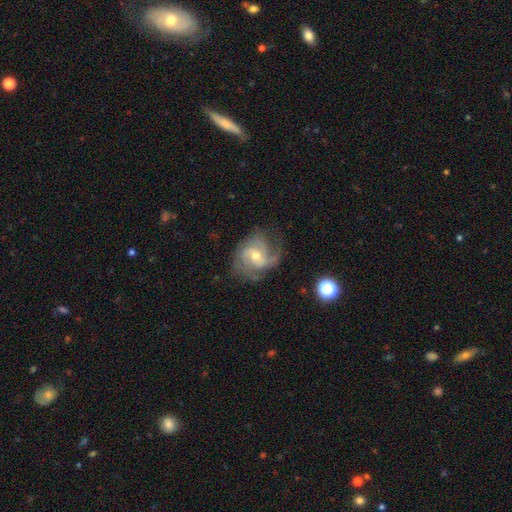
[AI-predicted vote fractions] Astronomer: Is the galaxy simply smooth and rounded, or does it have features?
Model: featured or disk — 83%.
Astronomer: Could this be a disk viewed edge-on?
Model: no — 98%.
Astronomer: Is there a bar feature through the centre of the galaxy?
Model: no — 46% (runner-up: weak, 42%).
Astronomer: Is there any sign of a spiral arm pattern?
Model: yes — 95%.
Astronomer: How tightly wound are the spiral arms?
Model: medium — 50% (runner-up: tight, 25%).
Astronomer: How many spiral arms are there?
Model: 2 — 36% (runner-up: 3, 34%).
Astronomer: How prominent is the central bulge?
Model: moderate — 56% (runner-up: small, 39%).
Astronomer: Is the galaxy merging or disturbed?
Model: none — 60%.